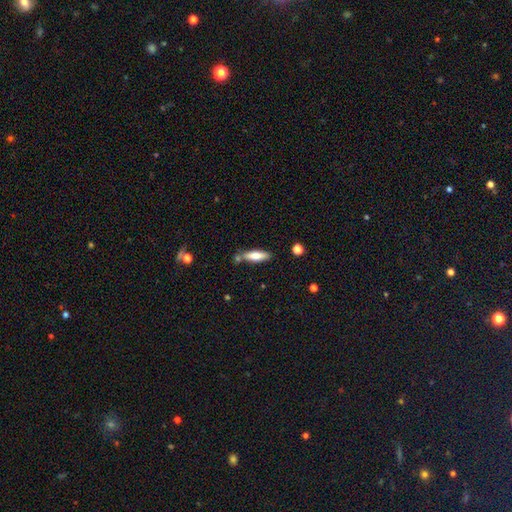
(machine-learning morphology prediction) Smooth or featured?
  - smooth: 67% *
  - featured or disk: 27%
  - star or artifact: 6%
How rounded?
  - cigar-shaped: 58% *
  - in between: 40%
  - round: 2%
Merging?
  - none: 71% *
  - minor disturbance: 16%
  - merger: 10%
  - major disturbance: 3%